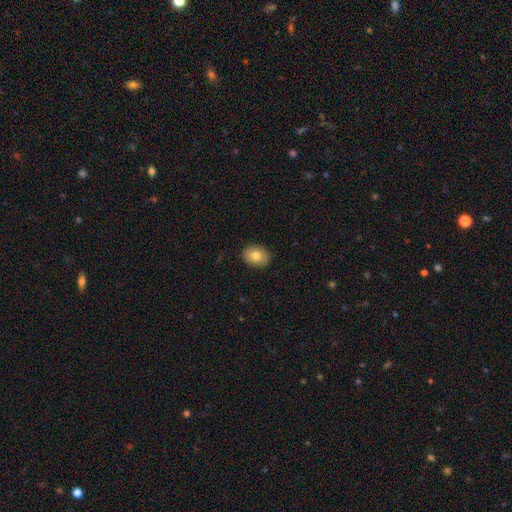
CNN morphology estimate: type=smooth (80%); roundness=in between (63%); merging=none (89%).